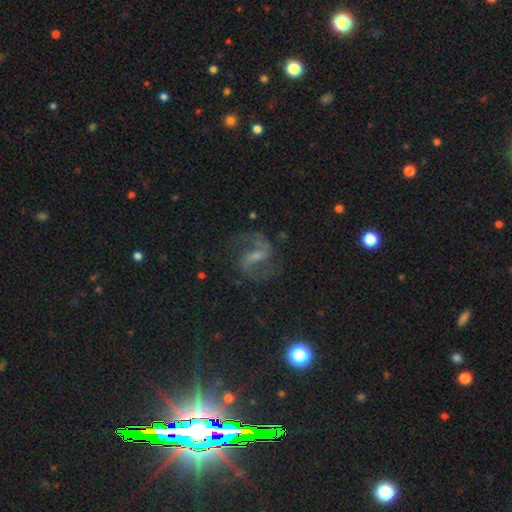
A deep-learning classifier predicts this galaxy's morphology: This is clearly a featured or disk galaxy (85%). It is clearly not viewed edge-on (98%). Bar: possibly weak (48%). Spiral arm pattern: clearly yes (96%). Spiral arm count: clearly 2 (94%). Spiral winding: possibly medium (56%). Central bulge: marginally small (39%). Merging: likely none (77%).